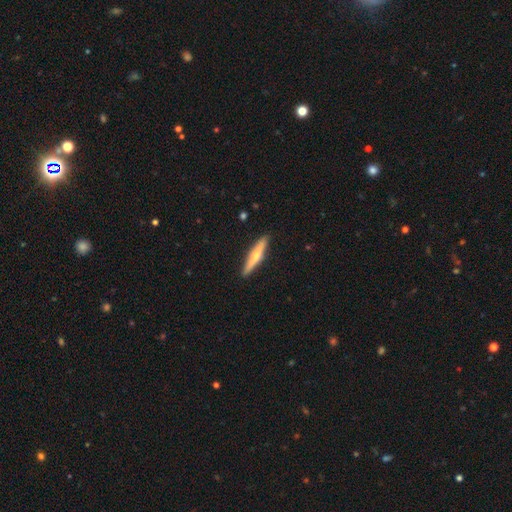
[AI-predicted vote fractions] The model was most divided on "smooth or featured": featured or disk: 49%, smooth: 45%, star or artifact: 5%. More confident: merging — none (91%).